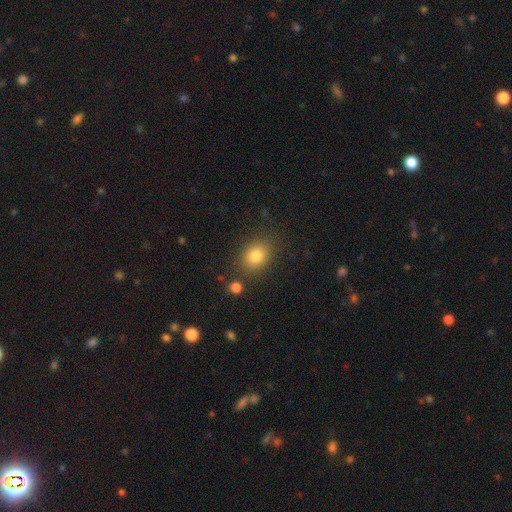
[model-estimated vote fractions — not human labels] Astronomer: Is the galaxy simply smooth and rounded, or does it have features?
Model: smooth — 82%.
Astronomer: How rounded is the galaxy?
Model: in between — 56% (runner-up: round, 43%).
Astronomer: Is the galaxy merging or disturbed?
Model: none — 81%.